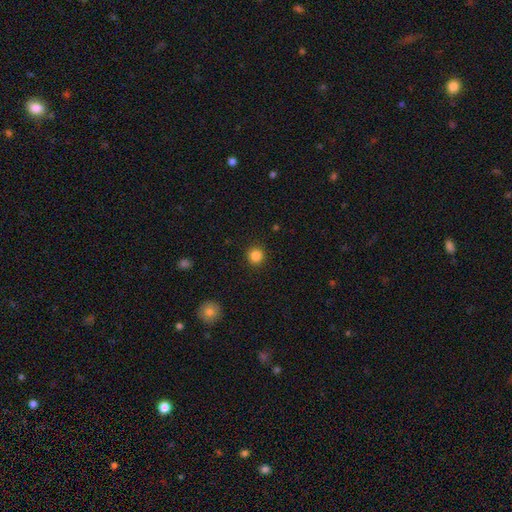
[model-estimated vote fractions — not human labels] Morphology: type=smooth (85%); roundness=round (94%); merging=none (92%).